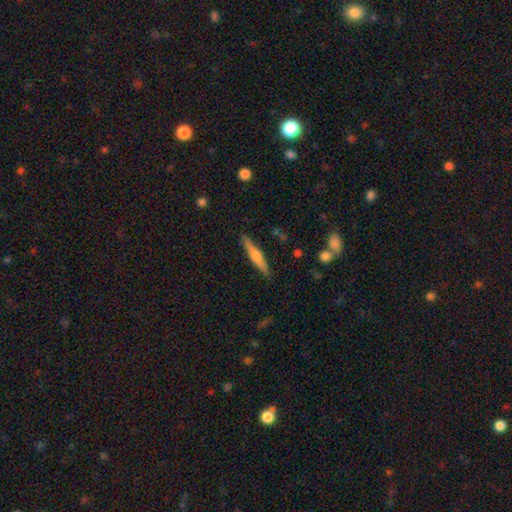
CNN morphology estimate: Smooth or featured? Predicted: featured or disk (p=0.51). Edge-on disk? Predicted: yes (p=0.96). Merging? Predicted: none (p=0.89).